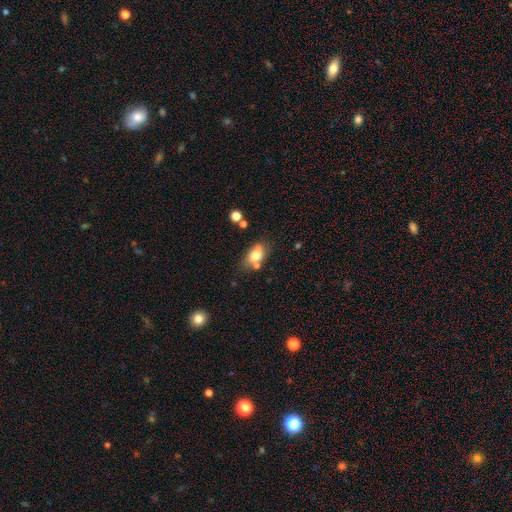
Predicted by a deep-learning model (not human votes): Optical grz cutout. It shows a smooth galaxy with no disk features (74%) that is in between round and cigar-shaped (81%). Merging: none (59%).